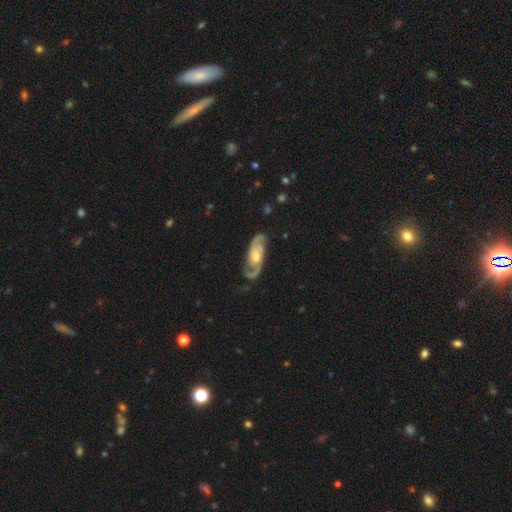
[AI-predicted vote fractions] The model was most divided on "bar": no: 56%, weak: 34%, strong: 9%. More confident: spiral arms — yes (98%); edge-on disk — no (95%); spiral arm count — 2 (91%); smooth or featured — featured or disk (90%); merging — none (78%); bulge size — moderate (70%); spiral winding — medium (52%).